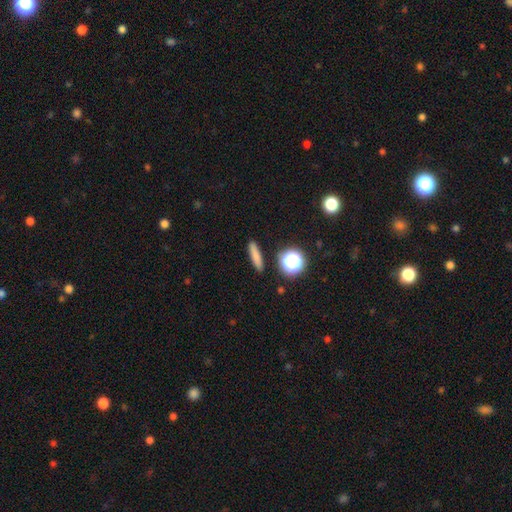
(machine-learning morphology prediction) Smooth or featured?
  - smooth: 77% *
  - star or artifact: 12%
  - featured or disk: 11%
How rounded?
  - cigar-shaped: 74% *
  - in between: 13%
  - round: 12%
Merging?
  - none: 89% *
  - minor disturbance: 7%
  - merger: 2%
  - major disturbance: 2%